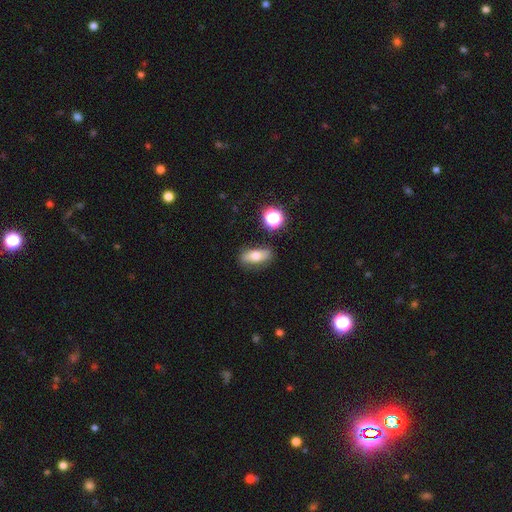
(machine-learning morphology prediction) Smooth or featured: smooth — 66% (featured or disk — 23%)
How rounded: in between — 73% (cigar-shaped — 18%)
Merging: none — 80% (minor disturbance — 13%)